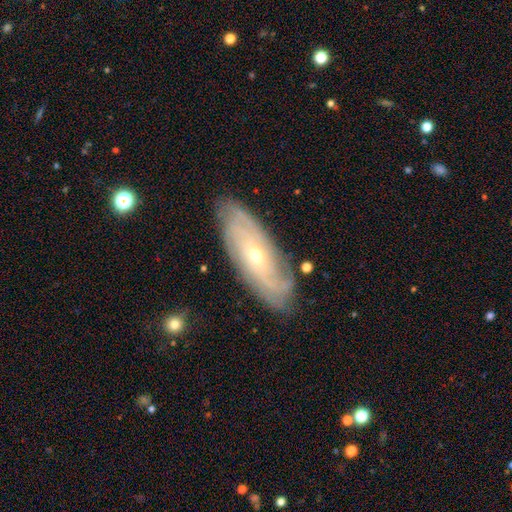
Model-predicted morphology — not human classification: type=featured or disk (80%); edge-on=no (85%); bar=no (69%); spiral arms=yes (93%); winding=tight (70%); arm count=can't tell (48%); bulge=small (64%); merging=none (82%).